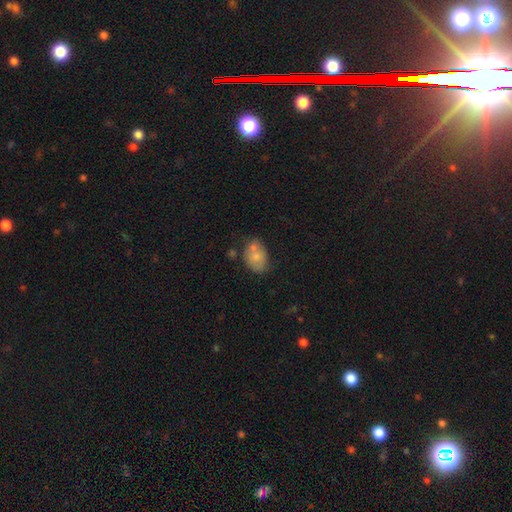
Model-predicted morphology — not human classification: smooth-or-featured: smooth: 73% | featured or disk: 19% | star or artifact: 8%
  how-rounded: in between: 77% | round: 22% | cigar-shaped: 1%
  merging: none: 46% | merger: 27% | minor disturbance: 21% | major disturbance: 7%